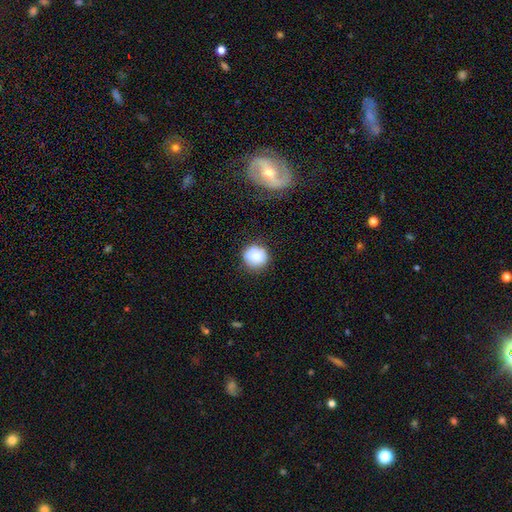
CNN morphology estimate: smooth 83%, star or artifact 9%, featured or disk 8%. Down the decision tree: how rounded — round (89%); merging — none (77%).